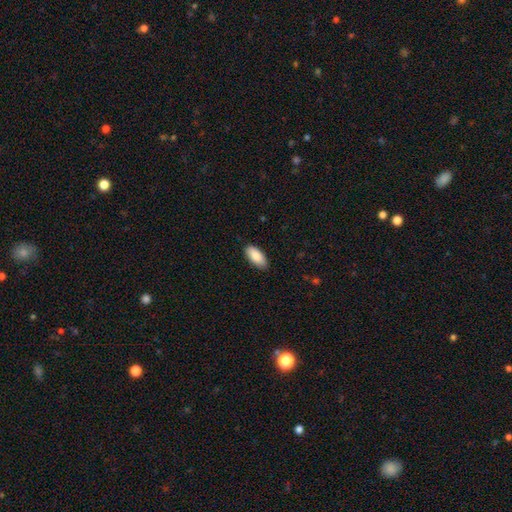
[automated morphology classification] Smooth or featured? smooth (87%)
How rounded? in between (89%)
Merging? none (87%)